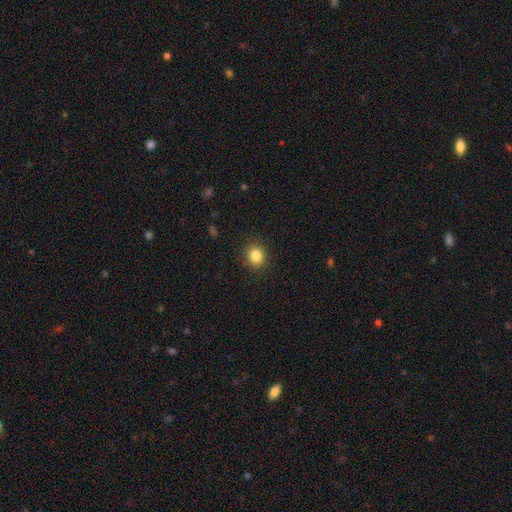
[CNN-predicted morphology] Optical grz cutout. It shows a smooth galaxy with no disk features (85%) that is round (83%). Merging: none (88%).